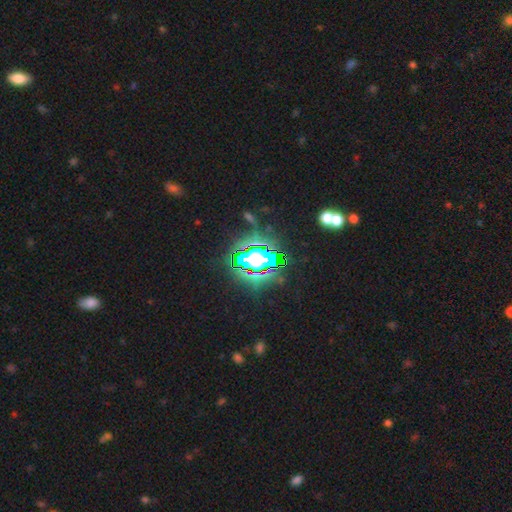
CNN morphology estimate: star or artifact 76%, smooth 13%, featured or disk 10%.